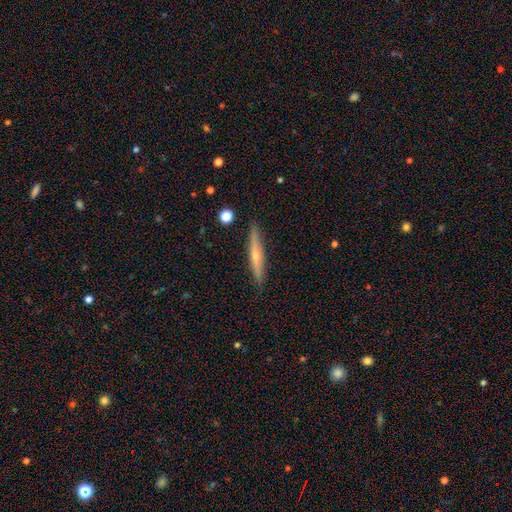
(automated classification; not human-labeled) The model was most divided on "smooth or featured": featured or disk: 60%, smooth: 33%, star or artifact: 7%. More confident: edge-on disk — yes (96%); merging — none (90%); edge-on bulge — rounded (72%).